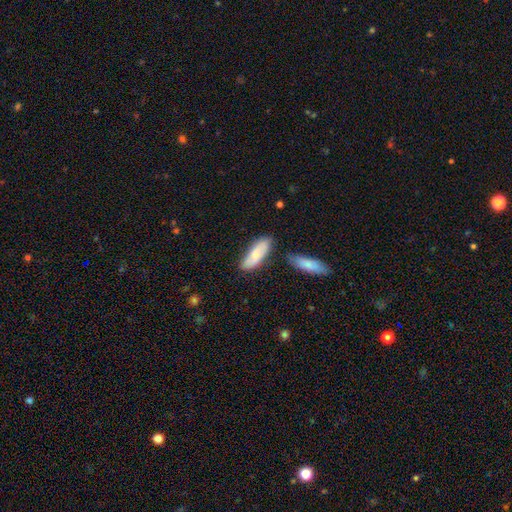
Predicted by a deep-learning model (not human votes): Morphology: type=smooth (65%); roundness=in between (66%); merging=none (72%).